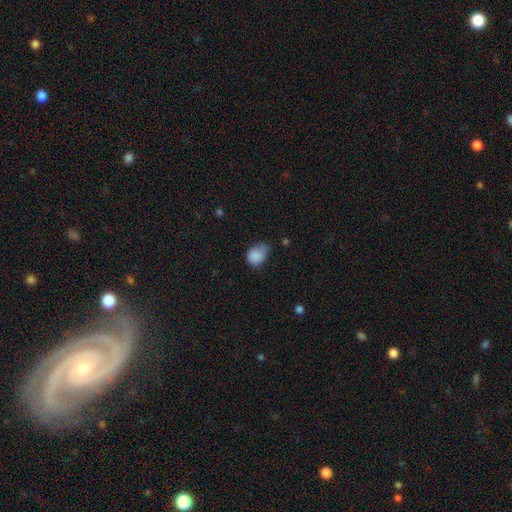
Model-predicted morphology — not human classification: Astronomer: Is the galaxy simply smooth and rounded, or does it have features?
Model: smooth — 85%.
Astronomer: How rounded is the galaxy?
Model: round — 52% (runner-up: in between, 47%).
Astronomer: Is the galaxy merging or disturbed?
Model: minor disturbance — 46% (runner-up: none, 36%).